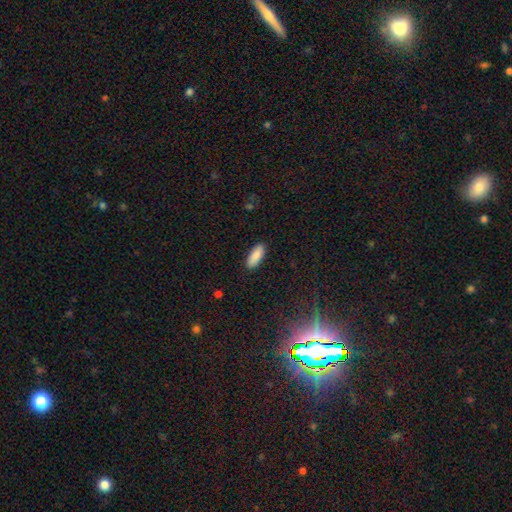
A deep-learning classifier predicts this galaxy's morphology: Q: Smooth or featured?
A: smooth (88%); runner-up: star or artifact (6%)
Q: How rounded?
A: in between (70%); runner-up: cigar-shaped (28%)
Q: Merging?
A: none (89%); runner-up: minor disturbance (8%)